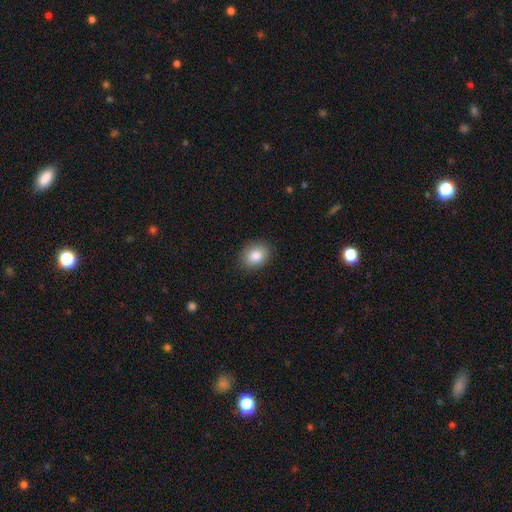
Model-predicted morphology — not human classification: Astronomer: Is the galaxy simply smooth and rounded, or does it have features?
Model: smooth — 85%.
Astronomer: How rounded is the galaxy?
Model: in between — 66%.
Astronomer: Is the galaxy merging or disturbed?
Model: none — 87%.